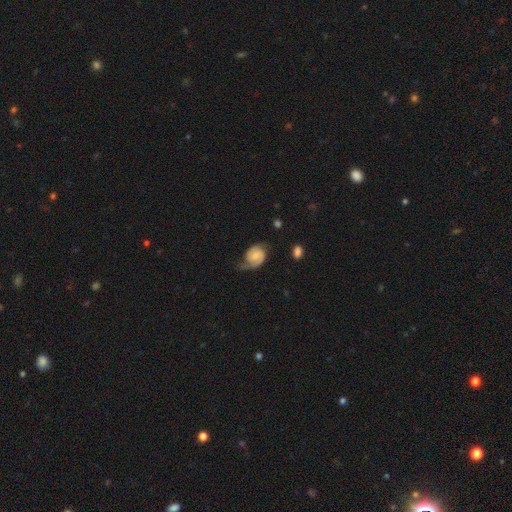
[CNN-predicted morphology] A featured or disk galaxy (68%) with no bar (66%), 2 (53%) medium (38%) spiral arms (94%) and a small central bulge (43%).

Vote fractions:
- Smooth or featured? featured or disk: 68% / smooth: 25% / star or artifact: 7%
- Edge-on disk? no: 98% / yes: 2%
- Bar? no: 66% / weak: 29% / strong: 5%
- Spiral arms? yes: 94% / no: 6%
- Spiral winding? medium: 38% / tight: 34% / loose: 28%
- Spiral arm count? 2: 53% / 1: 39% / can't tell: 6% / 3: 1% / 4: 1% / more than 4: 1%
- Bulge size? small: 43% / none: 27% / moderate: 21% / large: 6% / dominant: 3%
- Merging? none: 45% / minor disturbance: 28% / major disturbance: 25% / merger: 2%